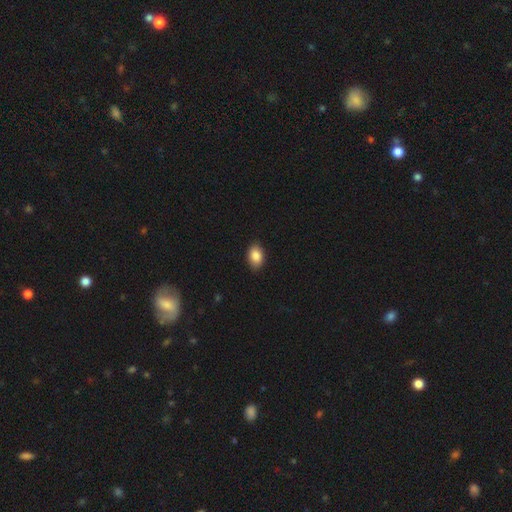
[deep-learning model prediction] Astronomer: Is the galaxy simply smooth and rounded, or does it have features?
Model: smooth — 87%.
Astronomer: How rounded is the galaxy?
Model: in between — 85%.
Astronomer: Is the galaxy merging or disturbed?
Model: none — 85%.